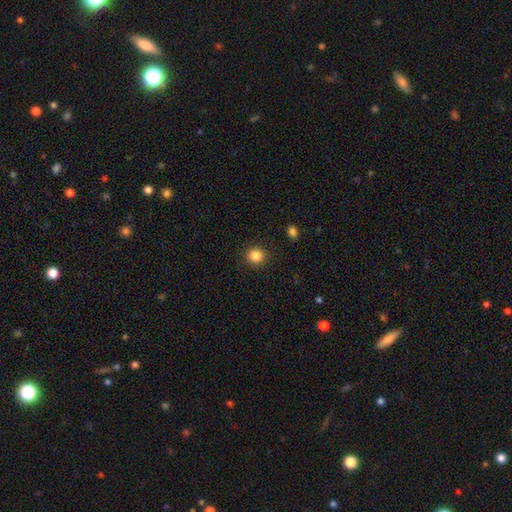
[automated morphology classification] type=smooth (85%); roundness=round (90%); merging=none (90%).